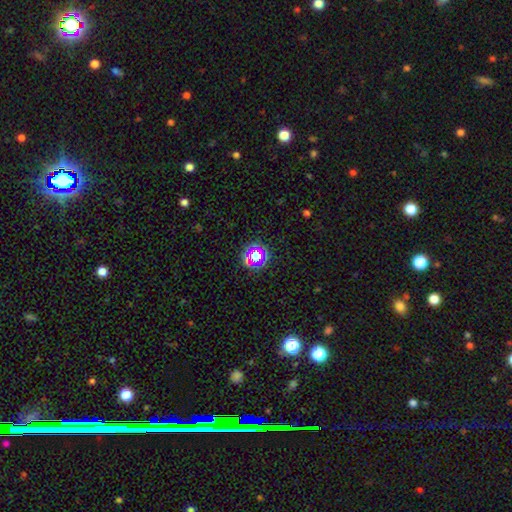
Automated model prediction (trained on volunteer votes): Overall: star or artifact (60%; smooth 28%).